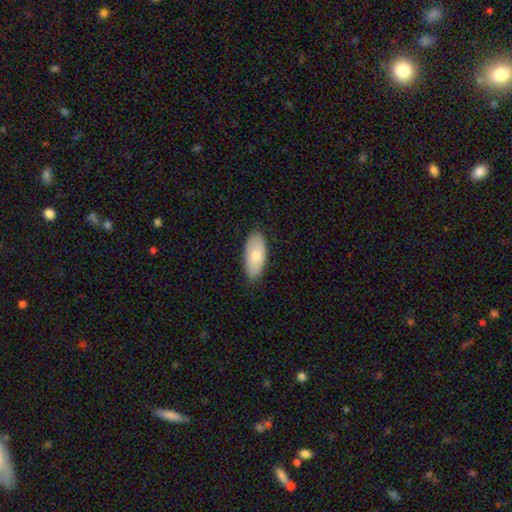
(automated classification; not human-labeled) Smooth or featured? Predicted: smooth (p=0.76). How rounded? Predicted: in between (p=0.92). Merging? Predicted: none (p=0.82).